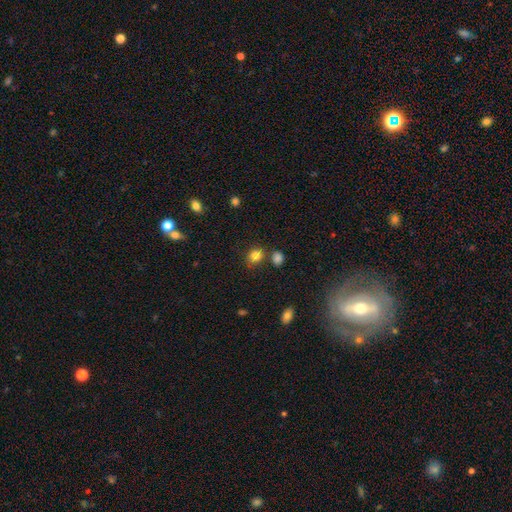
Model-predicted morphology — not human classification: Smooth or featured? smooth (82%)
How rounded? round (61%)
Merging? none (70%)